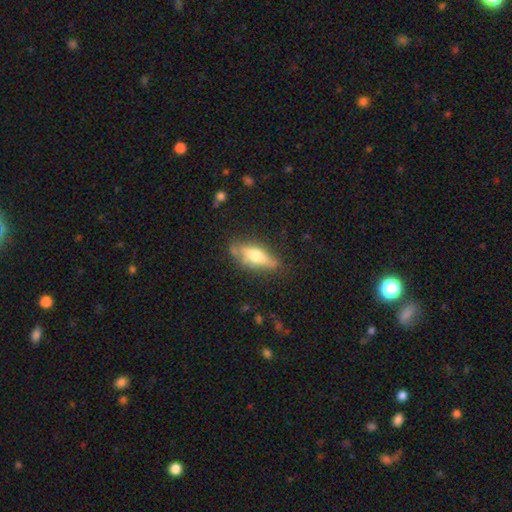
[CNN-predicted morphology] Smooth or featured? Predicted: smooth (p=0.50). How rounded? Predicted: in between (p=0.55). Merging? Predicted: none (p=0.67).